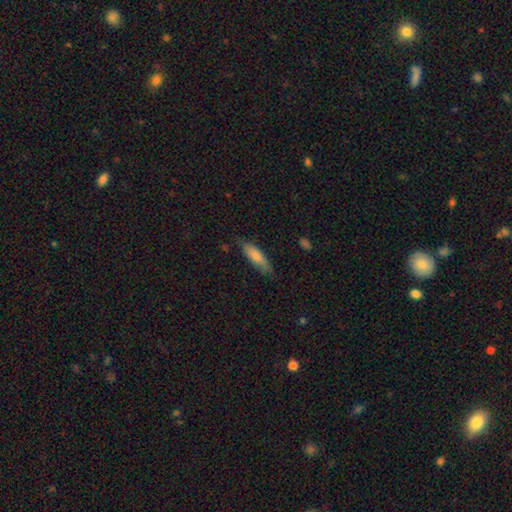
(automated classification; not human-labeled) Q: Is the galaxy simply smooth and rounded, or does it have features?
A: smooth — 78%.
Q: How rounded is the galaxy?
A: cigar-shaped — 55%.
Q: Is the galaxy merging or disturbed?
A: none — 76%.